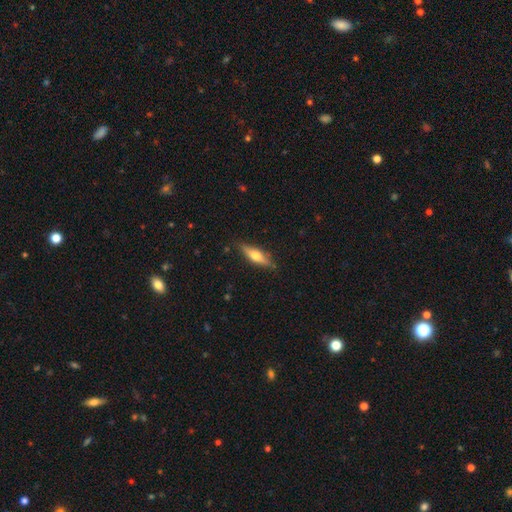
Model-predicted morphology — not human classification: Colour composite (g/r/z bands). It shows a smooth galaxy with no disk features (49%). Merging: none (84%).